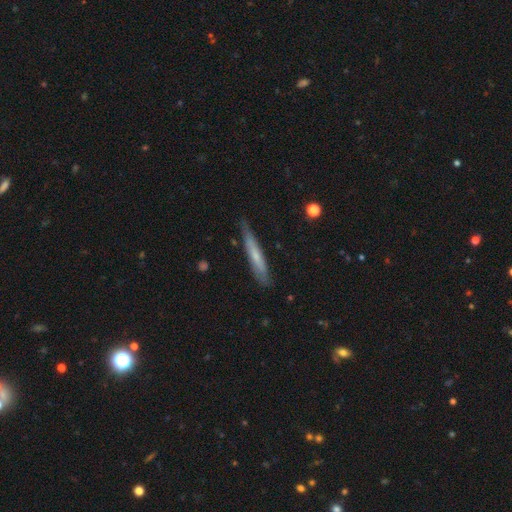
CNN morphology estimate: Smooth or featured?
  - smooth: 52% *
  - featured or disk: 42%
  - star or artifact: 6%
How rounded?
  - cigar-shaped: 93% *
  - in between: 6%
  - round: 1%
Merging?
  - none: 74% *
  - minor disturbance: 21%
  - major disturbance: 3%
  - merger: 2%